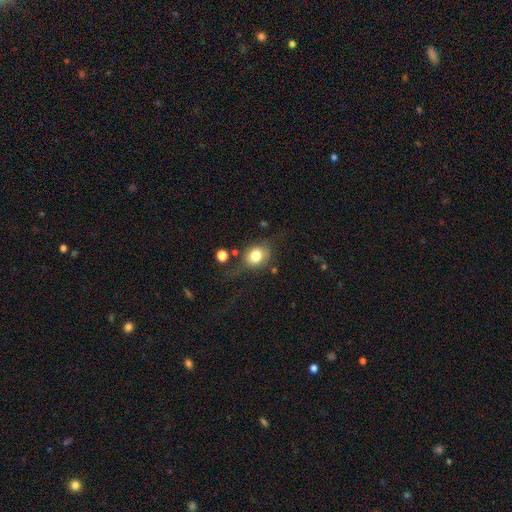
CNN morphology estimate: Smooth or featured? smooth (76%)
How rounded? round (65%)
Merging? none (61%)